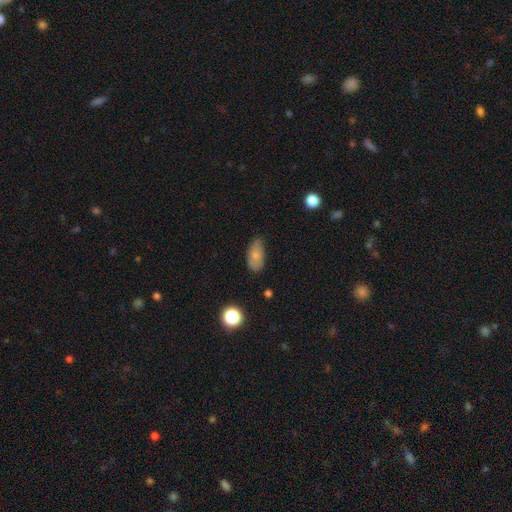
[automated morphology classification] Smooth or featured?
  - smooth: 75% *
  - featured or disk: 16%
  - star or artifact: 9%
How rounded?
  - in between: 91% *
  - round: 5%
  - cigar-shaped: 4%
Merging?
  - none: 59% *
  - minor disturbance: 32%
  - major disturbance: 6%
  - merger: 2%